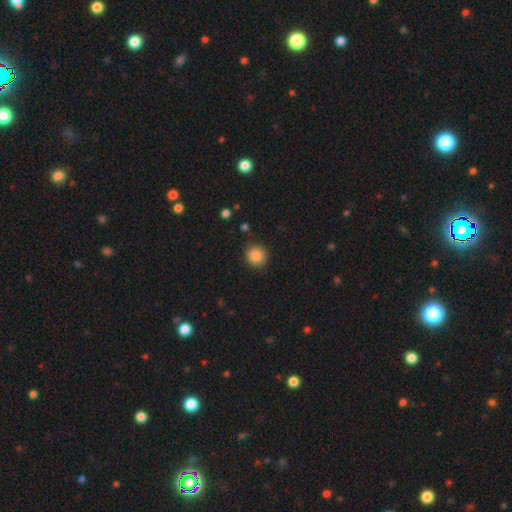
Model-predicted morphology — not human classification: This appears to be a smooth galaxy with no disk features (86%) that is round (90%). Merging: none (85%).